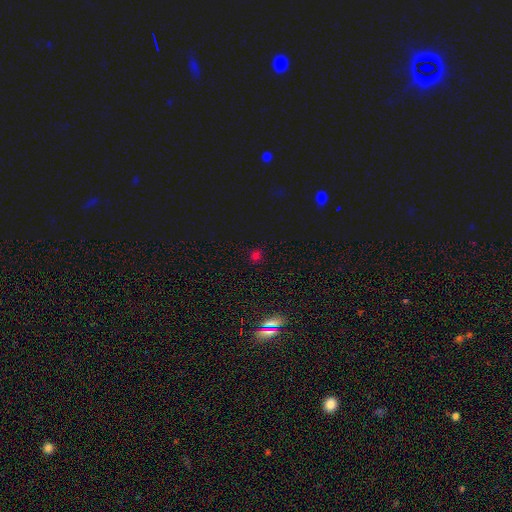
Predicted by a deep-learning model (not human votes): Morphology: type=smooth (57%); roundness=round (86%); merging=none (87%).